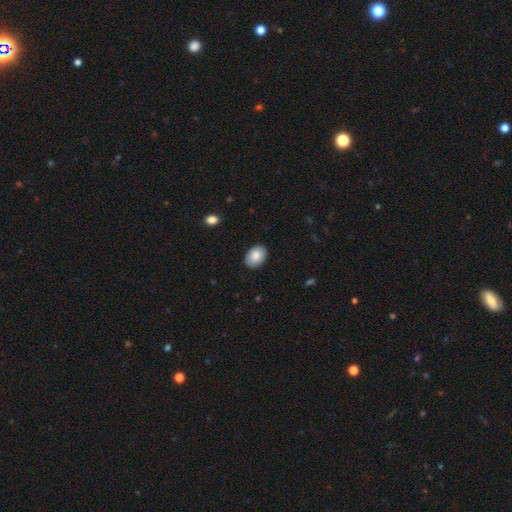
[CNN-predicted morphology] This is clearly a smooth galaxy (87%). How rounded: clearly in between (84%). Merging: clearly none (89%).